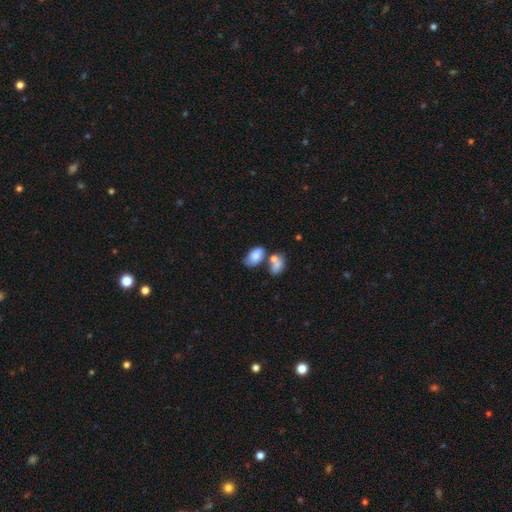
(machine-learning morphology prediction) Smooth or featured: smooth — 76% (featured or disk — 17%)
How rounded: in between — 90% (round — 8%)
Merging: merger — 40% (none — 33%)